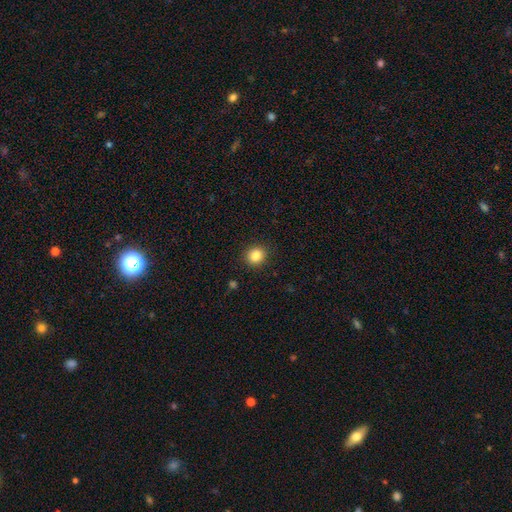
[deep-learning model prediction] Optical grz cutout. It shows a smooth galaxy with no disk features (85%) that is round (82%). Merging: none (91%).